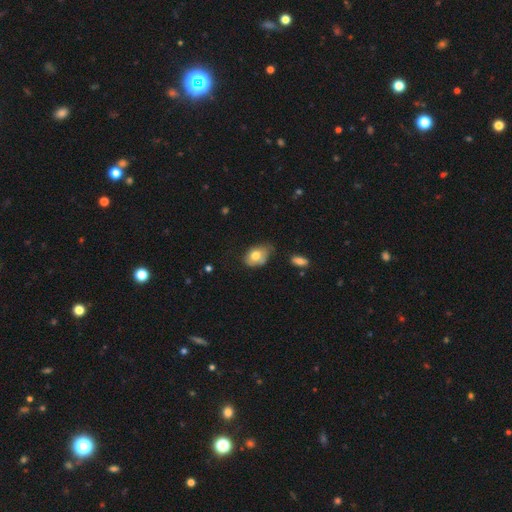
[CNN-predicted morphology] smooth 70%, featured or disk 22%, star or artifact 7%. Down the decision tree: how rounded — in between (79%); merging — none (44%).